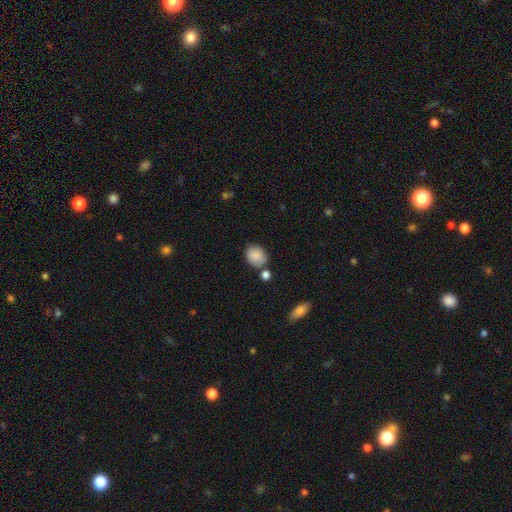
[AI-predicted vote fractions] A smooth galaxy with no disk features (85%) that is in between round and cigar-shaped (50%).

Vote fractions:
- Smooth or featured? smooth: 85% / star or artifact: 8% / featured or disk: 7%
- How rounded? in between: 50% / round: 49% / cigar-shaped: 1%
- Merging? none: 65% / minor disturbance: 17% / merger: 14% / major disturbance: 4%